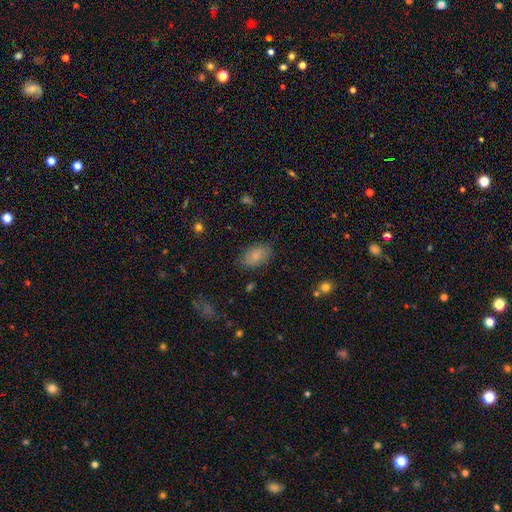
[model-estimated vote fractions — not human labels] Overall: smooth (81%). How rounded: in between (90%). Merging: none (83%).